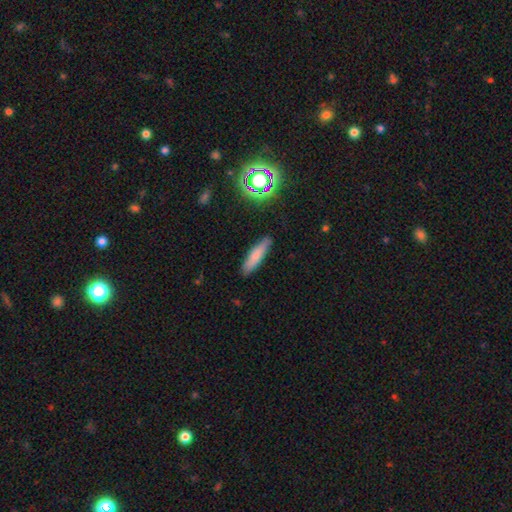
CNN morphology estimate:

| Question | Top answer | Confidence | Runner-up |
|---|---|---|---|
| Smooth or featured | smooth | 74% | featured or disk (17%) |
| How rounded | cigar-shaped | 75% | in between (23%) |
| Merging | none | 87% | minor disturbance (10%) |